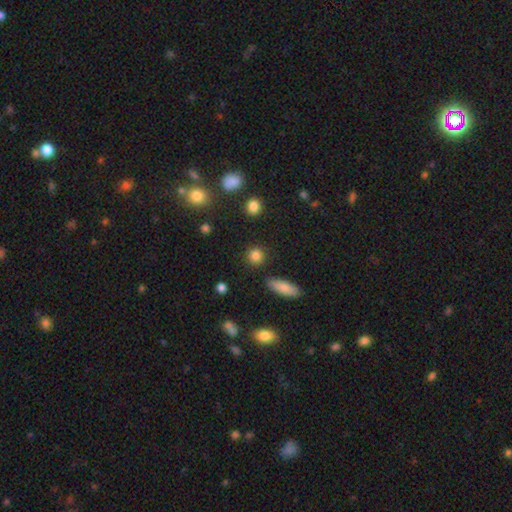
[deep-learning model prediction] A smooth galaxy with no disk features (84%) that is round (89%).

Vote fractions:
- Smooth or featured? smooth: 84% / star or artifact: 11% / featured or disk: 5%
- How rounded? round: 89% / in between: 9% / cigar-shaped: 2%
- Merging? none: 89% / minor disturbance: 6% / merger: 2% / major disturbance: 2%